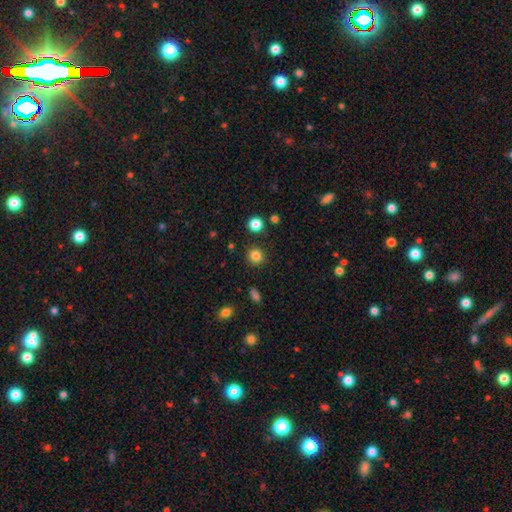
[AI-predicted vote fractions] Morphology: type=smooth (84%); roundness=round (91%); merging=none (89%).